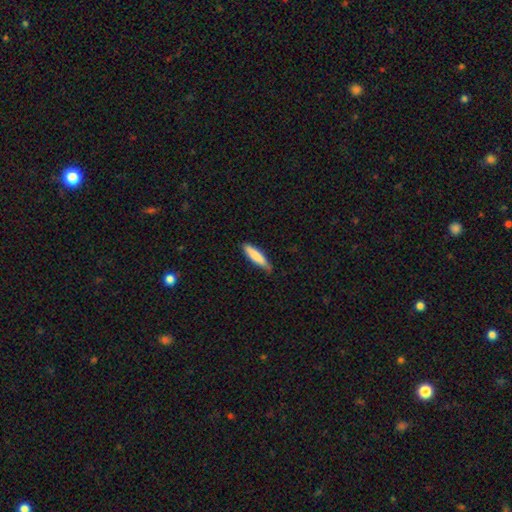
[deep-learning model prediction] The model was most divided on "merging": none: 71%, minor disturbance: 24%, major disturbance: 3%, merger: 1%. More confident: smooth or featured — smooth (82%); how rounded — cigar-shaped (78%).